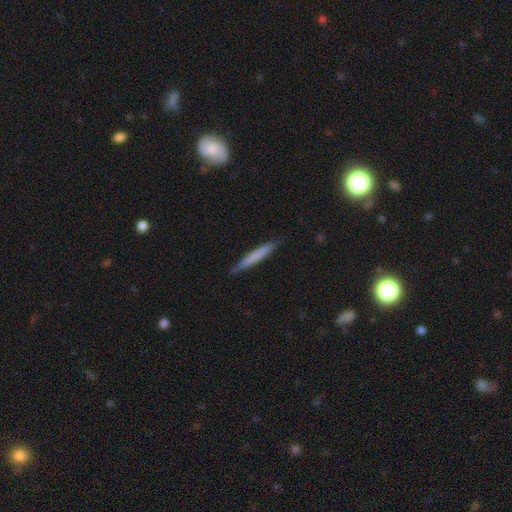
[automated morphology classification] This is likely a smooth galaxy (66%). How rounded: clearly cigar-shaped (95%). Merging: clearly none (86%).